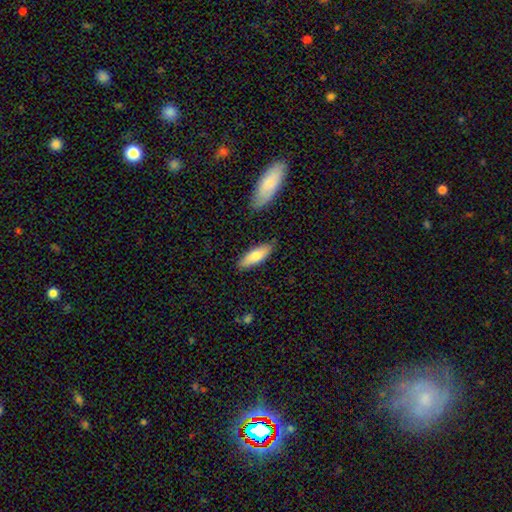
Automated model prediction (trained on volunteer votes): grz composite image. It shows a smooth galaxy with no disk features (73%) that is in between round and cigar-shaped (57%). Merging: none (84%).